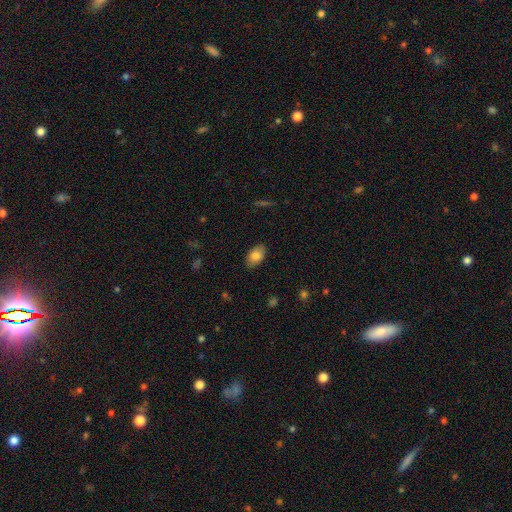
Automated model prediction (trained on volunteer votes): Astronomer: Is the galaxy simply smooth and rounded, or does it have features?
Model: smooth — 82%.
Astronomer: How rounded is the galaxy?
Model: in between — 93%.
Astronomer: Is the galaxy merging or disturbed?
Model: none — 86%.